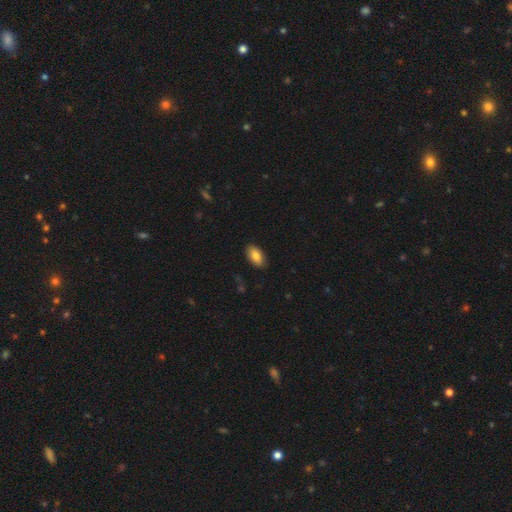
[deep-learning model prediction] Morphology: type=smooth (84%); roundness=in between (93%); merging=none (86%).